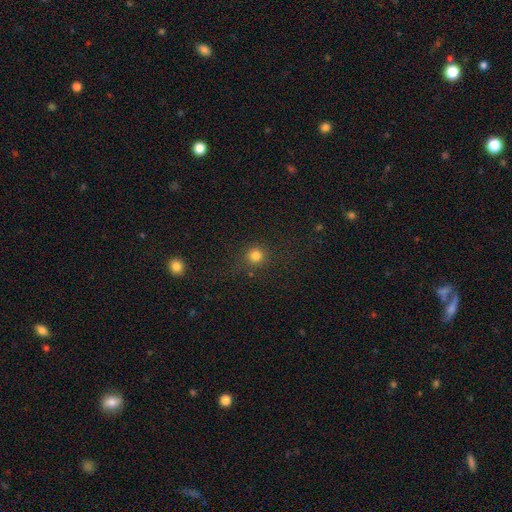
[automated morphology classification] smooth-or-featured: smooth: 79% | star or artifact: 15% | featured or disk: 6%
  how-rounded: round: 92% | in between: 7% | cigar-shaped: 1%
  merging: none: 81% | minor disturbance: 10% | major disturbance: 5% | merger: 4%